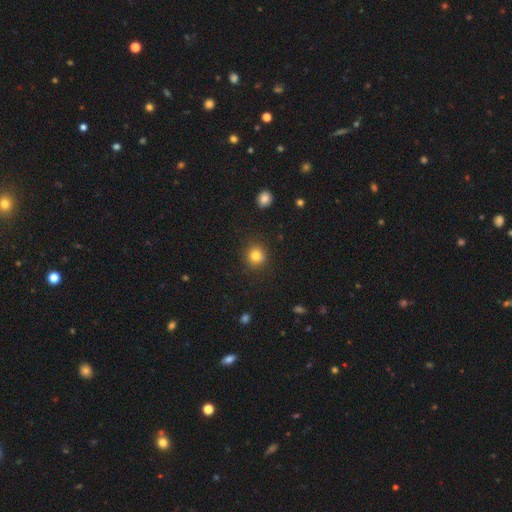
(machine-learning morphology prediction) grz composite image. It shows a smooth galaxy with no disk features (83%) that is round (91%). Merging: none (89%).